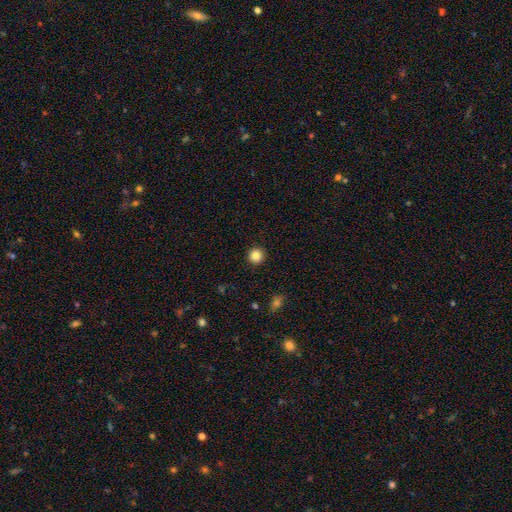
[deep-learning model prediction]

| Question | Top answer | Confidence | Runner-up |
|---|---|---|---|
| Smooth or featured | smooth | 87% | star or artifact (10%) |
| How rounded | round | 95% | in between (4%) |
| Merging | none | 93% | minor disturbance (4%) |